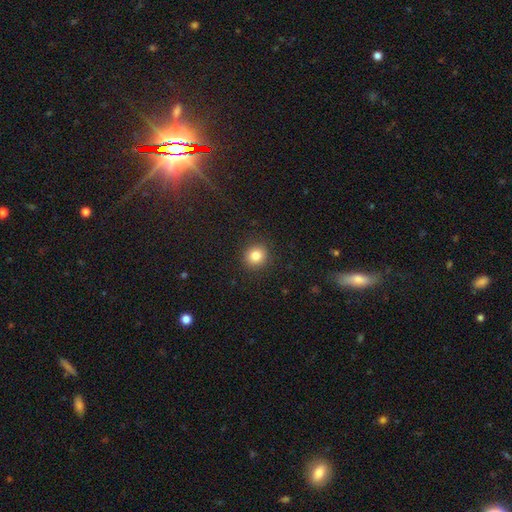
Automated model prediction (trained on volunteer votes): This appears to be a smooth galaxy with no disk features (83%) that is round (88%). Merging: none (91%).